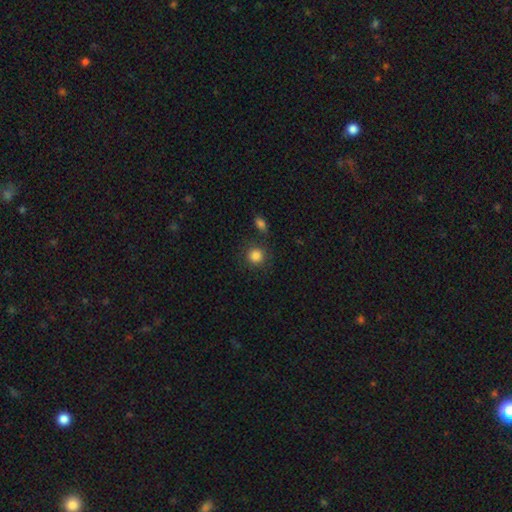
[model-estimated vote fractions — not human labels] Q: Smooth or featured?
A: smooth (85%); runner-up: star or artifact (10%)
Q: How rounded?
A: round (91%); runner-up: in between (8%)
Q: Merging?
A: none (79%); runner-up: minor disturbance (10%)